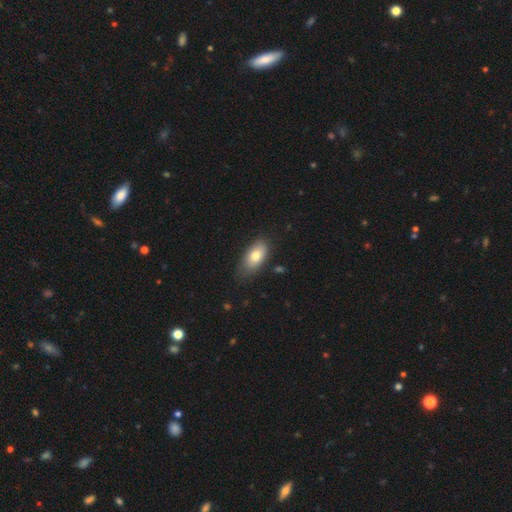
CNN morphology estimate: Smooth or featured? Predicted: smooth (p=0.76). How rounded? Predicted: in between (p=0.91). Merging? Predicted: none (p=0.71).